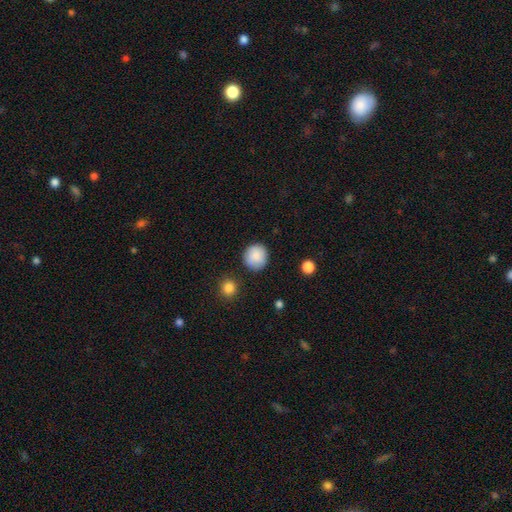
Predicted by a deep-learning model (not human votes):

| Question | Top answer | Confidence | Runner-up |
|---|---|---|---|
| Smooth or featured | smooth | 86% | star or artifact (7%) |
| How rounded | round | 92% | in between (7%) |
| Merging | none | 84% | minor disturbance (11%) |